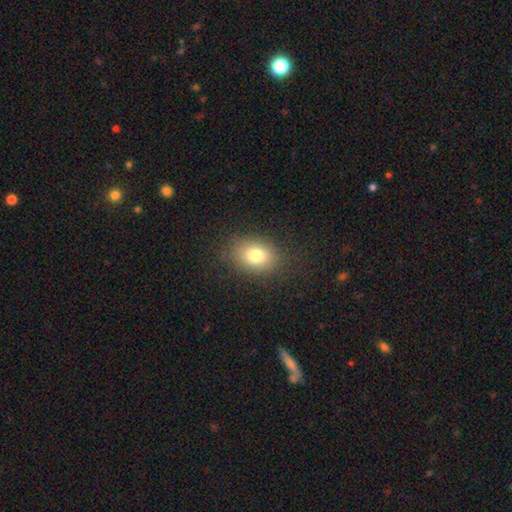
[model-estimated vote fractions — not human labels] Q: Smooth or featured?
A: smooth (79%); runner-up: star or artifact (12%)
Q: How rounded?
A: in between (60%); runner-up: round (39%)
Q: Merging?
A: none (85%); runner-up: minor disturbance (10%)